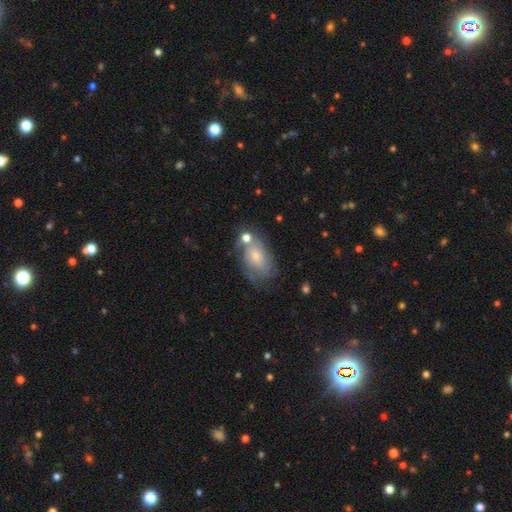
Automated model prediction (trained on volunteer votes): Morphology: type=featured or disk (58%); edge-on=no (95%); bar=no (76%); spiral arms=yes (79%); bulge=small (55%); merging=none (51%).